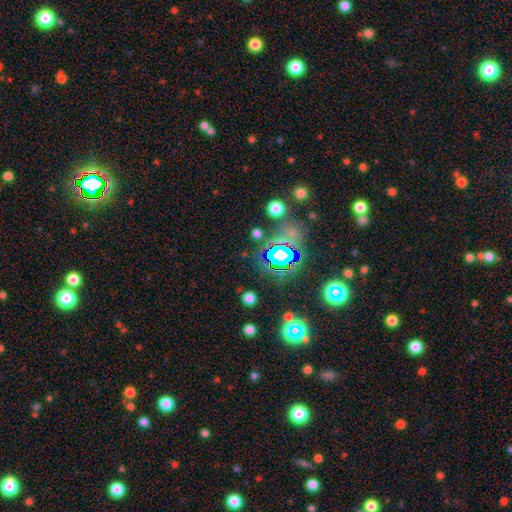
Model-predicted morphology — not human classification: Smooth or featured? Predicted: star or artifact (p=0.75).